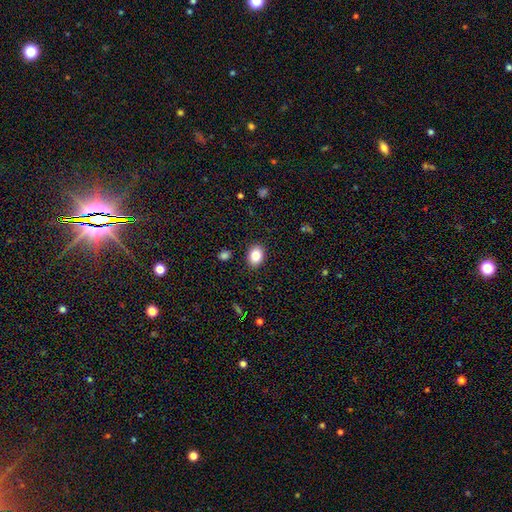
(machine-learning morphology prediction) Overall: smooth (85%). How rounded: in between (67%; round 32%). Merging: none (89%).